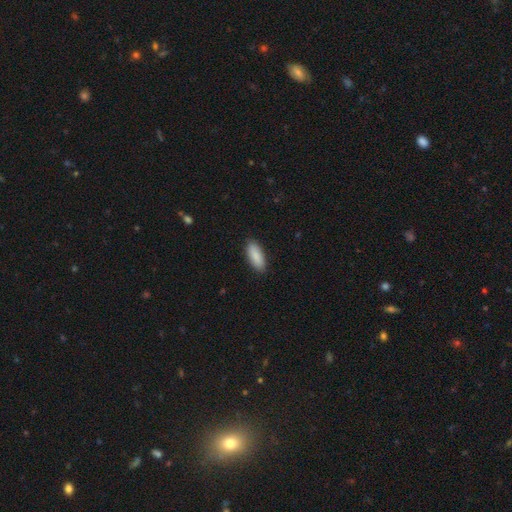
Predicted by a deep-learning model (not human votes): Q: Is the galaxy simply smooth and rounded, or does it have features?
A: smooth — 89%.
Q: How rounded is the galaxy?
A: in between — 78%.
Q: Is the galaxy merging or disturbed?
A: none — 88%.